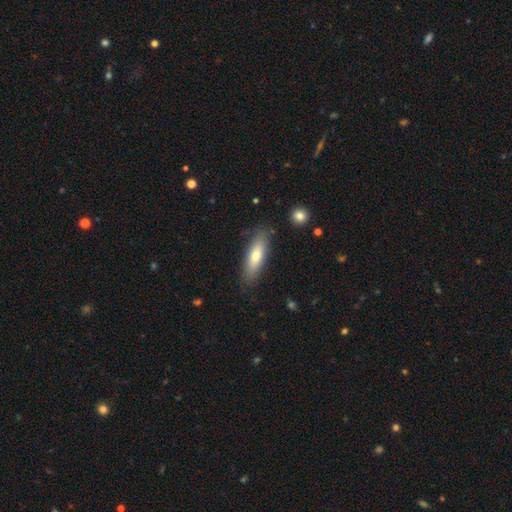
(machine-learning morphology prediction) Smooth or featured? smooth (69%)
How rounded? cigar-shaped (59%)
Merging? none (84%)